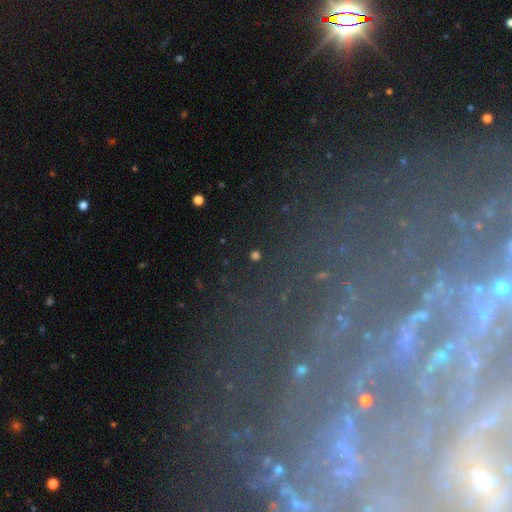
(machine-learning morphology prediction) type=smooth (45%); merging=none (86%).